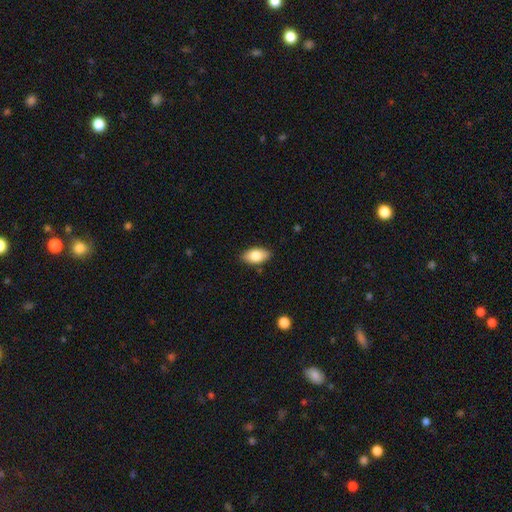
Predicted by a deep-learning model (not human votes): Smooth or featured? Predicted: smooth (p=0.81). How rounded? Predicted: in between (p=0.92). Merging? Predicted: none (p=0.86).